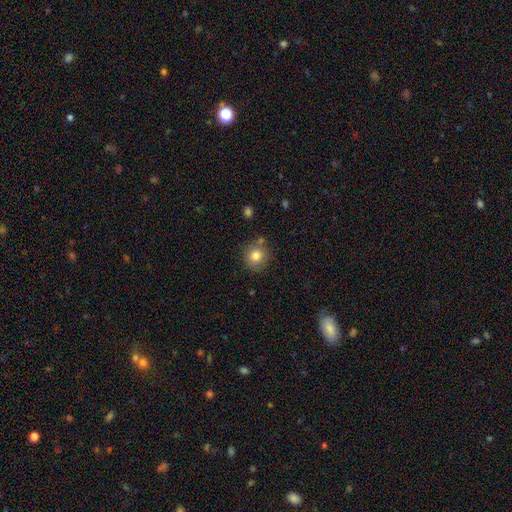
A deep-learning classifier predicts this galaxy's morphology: A smooth galaxy with no disk features (80%) that is round (88%). Merging: none (77%).